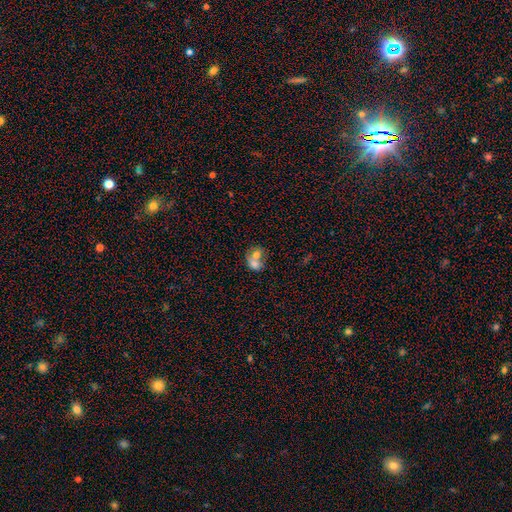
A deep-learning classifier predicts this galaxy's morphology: smooth 64%, featured or disk 26%, star or artifact 10%. Down the decision tree: how rounded — round (51%); merging — merger (69%).